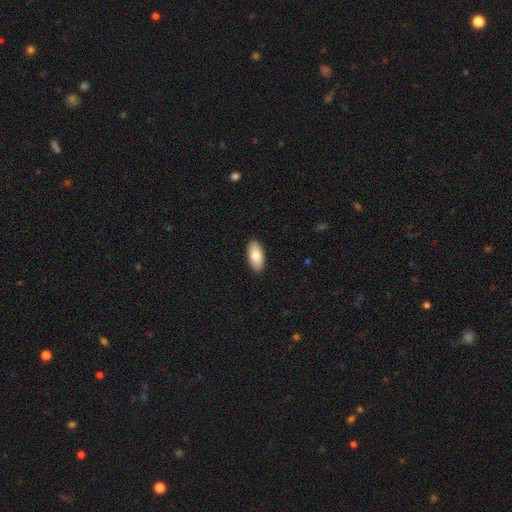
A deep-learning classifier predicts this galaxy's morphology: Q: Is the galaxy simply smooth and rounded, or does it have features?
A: smooth — 80%.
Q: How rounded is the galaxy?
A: in between — 90%.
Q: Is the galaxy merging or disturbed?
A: none — 91%.